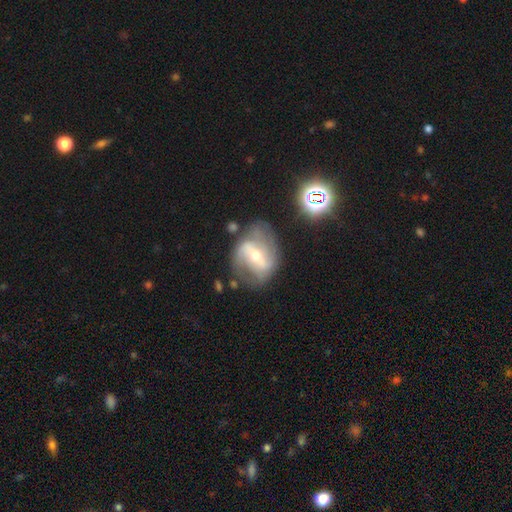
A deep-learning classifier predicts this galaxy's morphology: Smooth or featured?
  - featured or disk: 80% *
  - smooth: 12%
  - star or artifact: 8%
Edge-on disk?
  - no: 95% *
  - yes: 5%
Bar?
  - strong: 52% *
  - weak: 32%
  - no: 16%
Spiral arms?
  - yes: 85% *
  - no: 15%
Spiral winding?
  - loose: 47% *
  - medium: 37%
  - tight: 16%
Spiral arm count?
  - 2: 78% *
  - can't tell: 11%
  - 3: 4%
  - 1: 3%
  - 4: 2%
  - more than 4: 1%
Bulge size?
  - small: 50% *
  - moderate: 46%
  - large: 2%
  - none: 1%
  - dominant: 1%
Merging?
  - none: 62% *
  - minor disturbance: 21%
  - major disturbance: 12%
  - merger: 5%